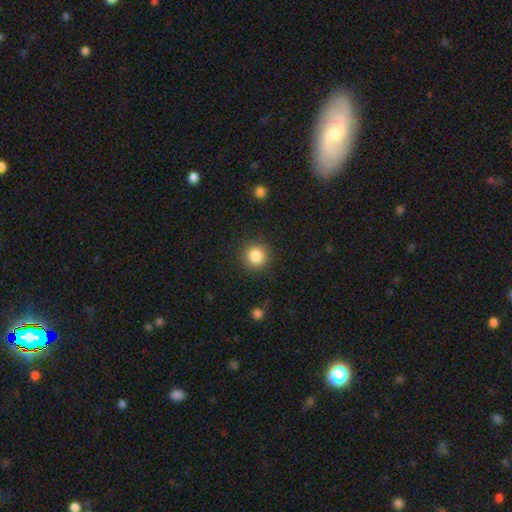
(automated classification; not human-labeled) Smooth or featured: smooth — 85% (star or artifact — 10%)
How rounded: round — 94% (in between — 5%)
Merging: none — 89% (minor disturbance — 7%)